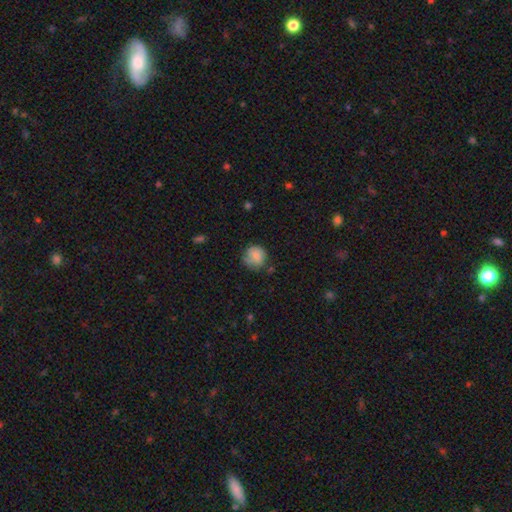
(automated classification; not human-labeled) A smooth galaxy with no disk features (76%) that is round (85%).

Vote fractions:
- Smooth or featured? smooth: 76% / featured or disk: 16% / star or artifact: 8%
- How rounded? round: 85% / in between: 14% / cigar-shaped: 1%
- Merging? none: 60% / minor disturbance: 27% / major disturbance: 10% / merger: 3%